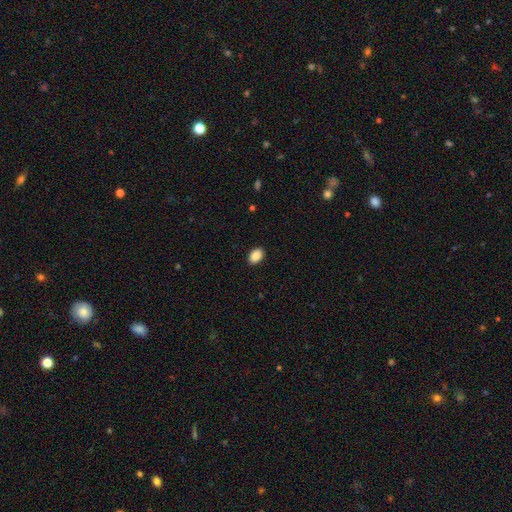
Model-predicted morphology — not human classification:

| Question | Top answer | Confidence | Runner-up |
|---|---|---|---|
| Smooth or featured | smooth | 89% | star or artifact (8%) |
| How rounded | in between | 86% | round (13%) |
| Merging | none | 90% | minor disturbance (8%) |